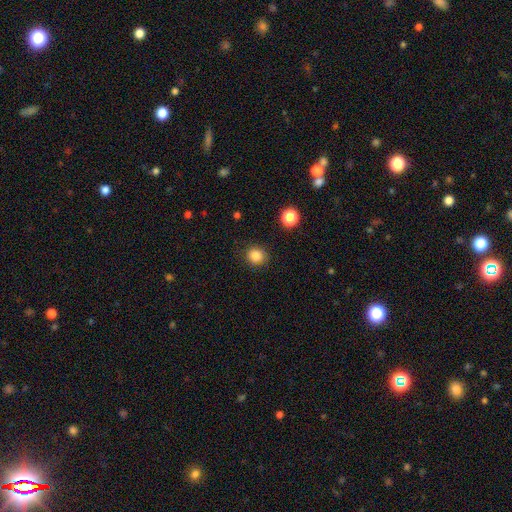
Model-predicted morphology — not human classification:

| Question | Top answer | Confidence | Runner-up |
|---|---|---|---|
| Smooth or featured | smooth | 85% | star or artifact (11%) |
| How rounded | round | 84% | in between (15%) |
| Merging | none | 87% | minor disturbance (9%) |